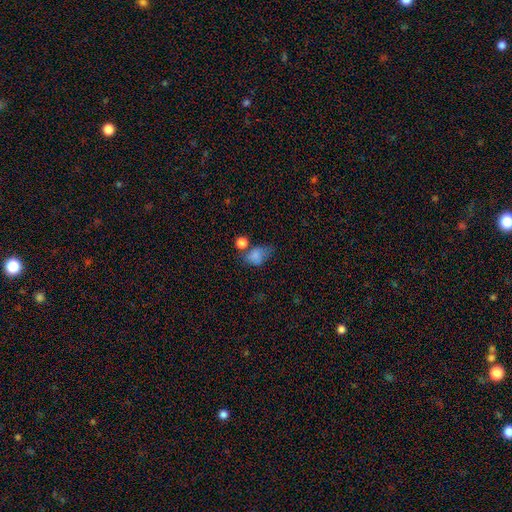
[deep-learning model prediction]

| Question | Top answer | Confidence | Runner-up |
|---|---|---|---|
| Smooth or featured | smooth | 76% | star or artifact (14%) |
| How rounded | in between | 69% | round (30%) |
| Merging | none | 35% | minor disturbance (26%) |